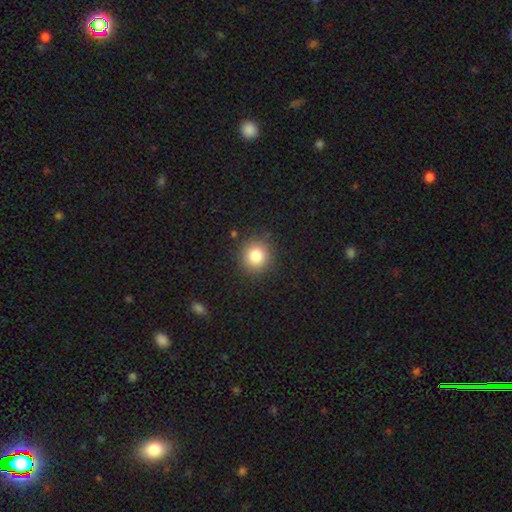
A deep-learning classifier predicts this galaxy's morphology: smooth-or-featured: smooth: 83% | star or artifact: 10% | featured or disk: 7%
  how-rounded: round: 88% | in between: 11% | cigar-shaped: 1%
  merging: none: 87% | minor disturbance: 9% | major disturbance: 3% | merger: 2%